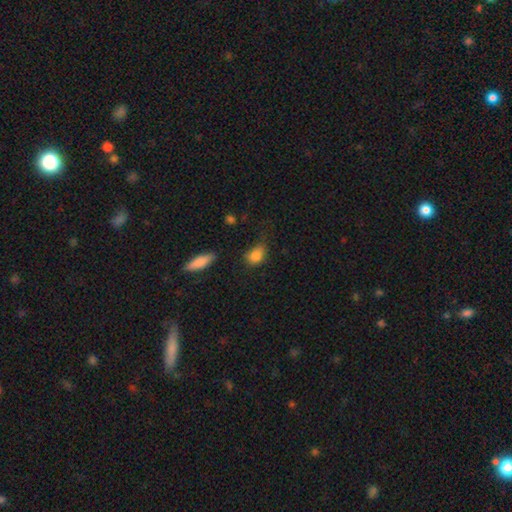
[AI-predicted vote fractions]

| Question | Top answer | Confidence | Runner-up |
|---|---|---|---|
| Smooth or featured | smooth | 86% | star or artifact (9%) |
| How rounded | in between | 70% | round (27%) |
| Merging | none | 57% | minor disturbance (31%) |